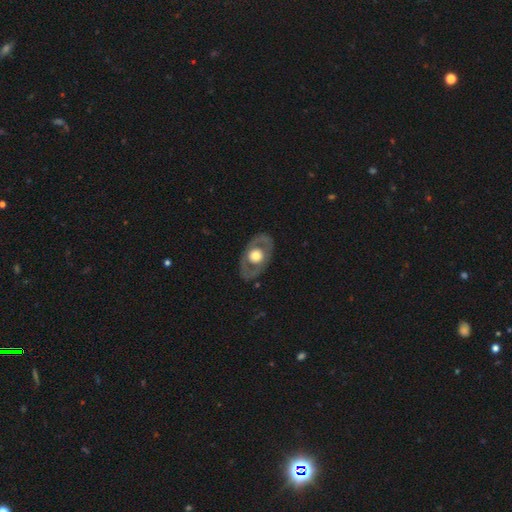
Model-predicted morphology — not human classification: featured or disk 60%, smooth 35%, star or artifact 5%. Down the decision tree: edge-on disk — no (88%); bar — no (89%); spiral arms — no (83%); bulge size — large (48%); merging — none (82%).